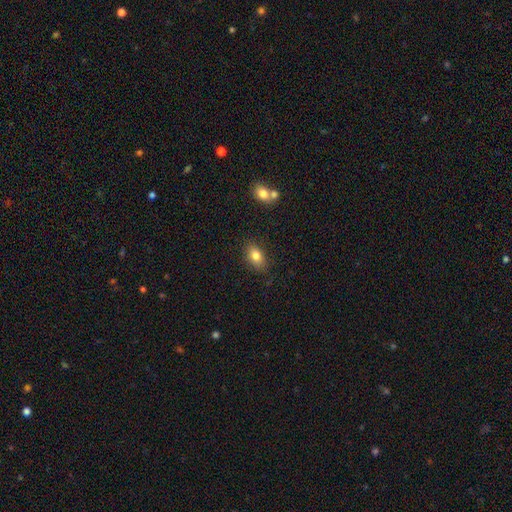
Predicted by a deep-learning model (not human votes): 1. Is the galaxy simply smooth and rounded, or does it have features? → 81% smooth, 10% featured or disk, 9% star or artifact.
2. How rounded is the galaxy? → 85% in between, 12% round, 3% cigar-shaped.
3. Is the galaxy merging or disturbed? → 83% none, 12% minor disturbance, 3% major disturbance, 3% merger.